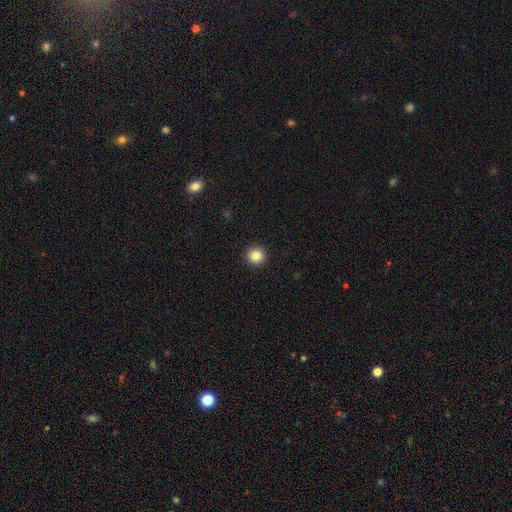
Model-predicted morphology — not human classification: Q: Smooth or featured?
A: smooth (85%); runner-up: star or artifact (10%)
Q: How rounded?
A: round (96%); runner-up: in between (3%)
Q: Merging?
A: none (94%); runner-up: minor disturbance (4%)